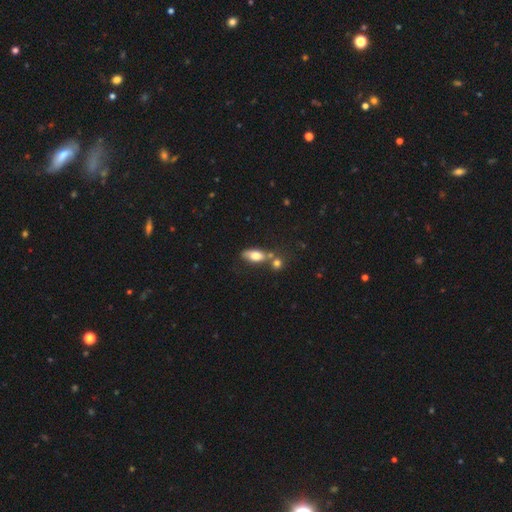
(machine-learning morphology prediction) Q: Smooth or featured?
A: smooth (74%); runner-up: featured or disk (18%)
Q: How rounded?
A: in between (82%); runner-up: cigar-shaped (11%)
Q: Merging?
A: none (45%); runner-up: merger (31%)